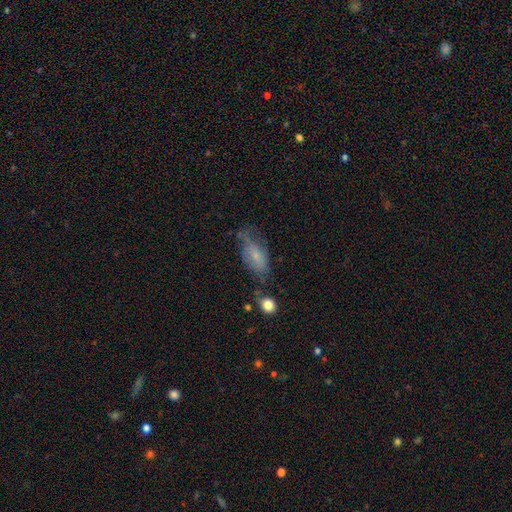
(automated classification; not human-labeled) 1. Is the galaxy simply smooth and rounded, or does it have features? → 53% smooth, 37% featured or disk, 10% star or artifact.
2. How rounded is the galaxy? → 85% in between, 9% cigar-shaped, 5% round.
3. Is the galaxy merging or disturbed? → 44% none, 31% minor disturbance, 20% major disturbance, 5% merger.